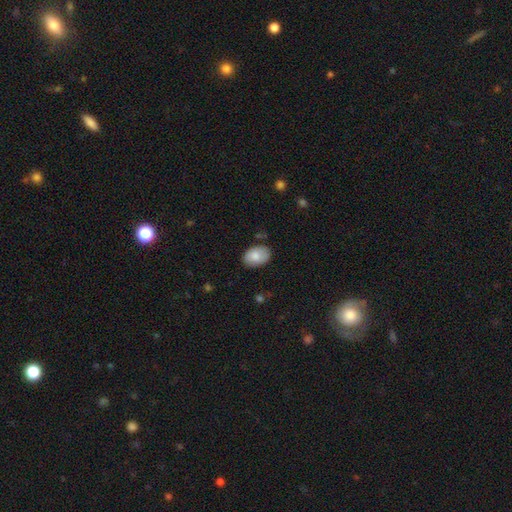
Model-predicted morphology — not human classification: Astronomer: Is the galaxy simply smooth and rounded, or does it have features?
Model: smooth — 82%.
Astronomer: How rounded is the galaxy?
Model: in between — 86%.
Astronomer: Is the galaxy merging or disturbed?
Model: none — 79%.